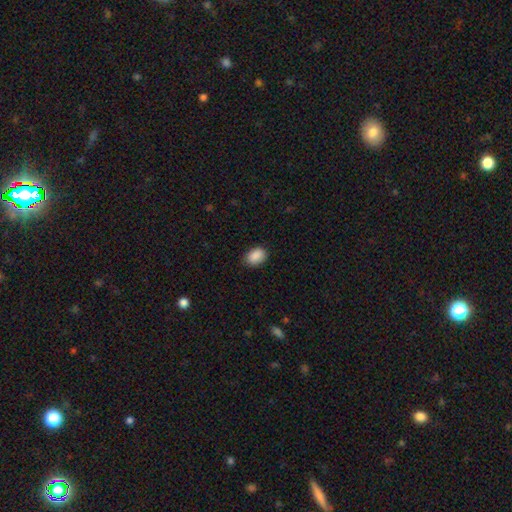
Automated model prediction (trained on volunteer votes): Smooth or featured? Predicted: smooth (p=0.90). How rounded? Predicted: in between (p=0.82). Merging? Predicted: none (p=0.82).